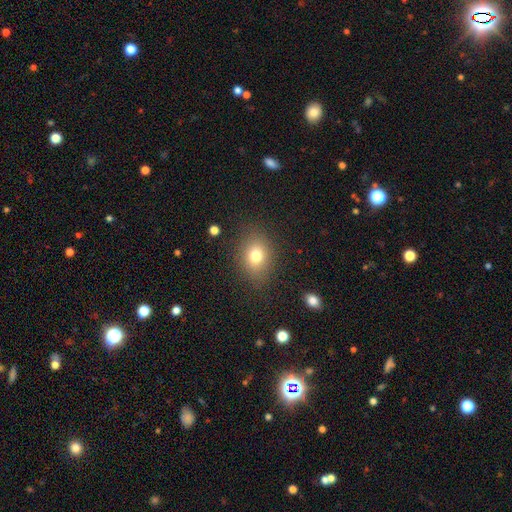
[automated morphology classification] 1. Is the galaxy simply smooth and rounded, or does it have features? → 77% smooth, 13% star or artifact, 11% featured or disk.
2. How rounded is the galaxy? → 55% in between, 44% round, 1% cigar-shaped.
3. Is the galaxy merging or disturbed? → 83% none, 11% minor disturbance, 4% major disturbance, 1% merger.